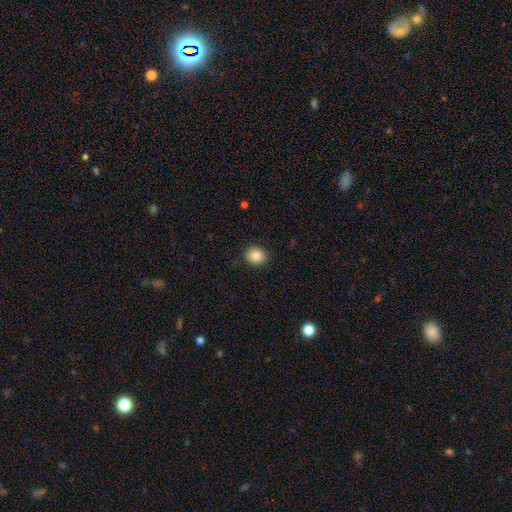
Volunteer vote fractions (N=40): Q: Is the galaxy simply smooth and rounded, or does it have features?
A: smooth — 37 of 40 (92%).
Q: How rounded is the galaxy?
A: round — 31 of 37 (84%).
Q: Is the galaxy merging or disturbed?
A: none — 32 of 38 (84%).